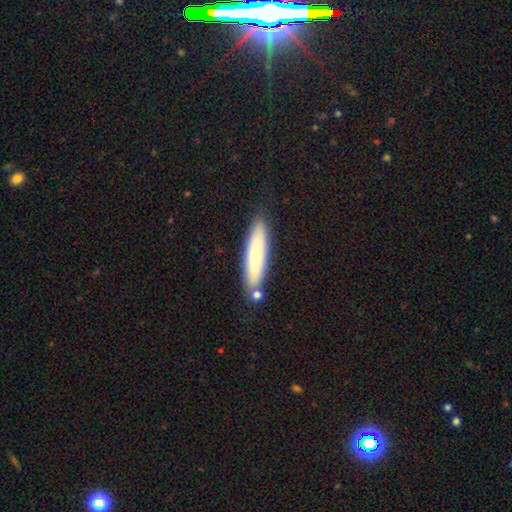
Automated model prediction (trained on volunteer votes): Morphology: type=smooth (72%); roundness=cigar-shaped (80%); merging=none (77%).